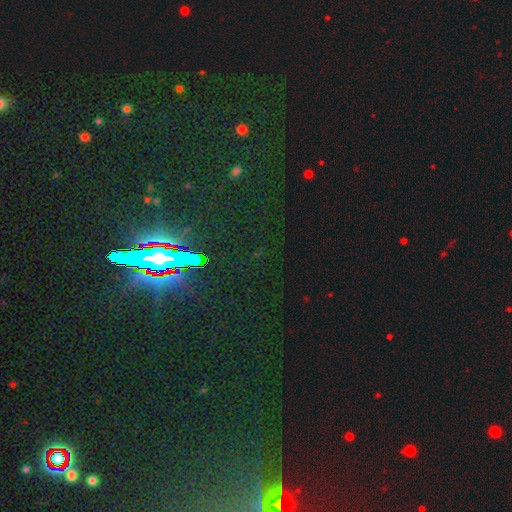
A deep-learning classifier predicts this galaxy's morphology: star or artifact 83%, smooth 9%, featured or disk 8%.